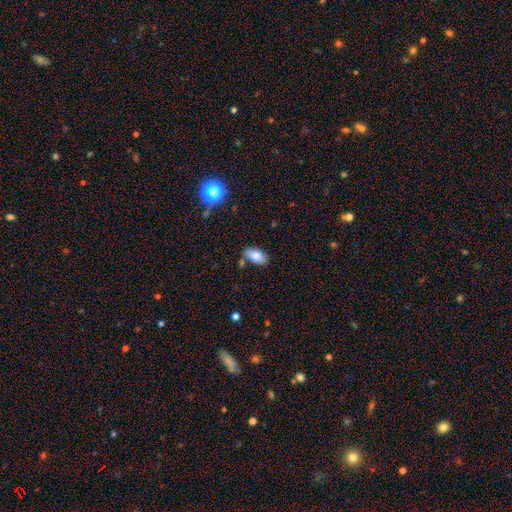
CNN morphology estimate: A smooth galaxy with no disk features (82%) that is in between round and cigar-shaped (93%). Merging: none (75%).